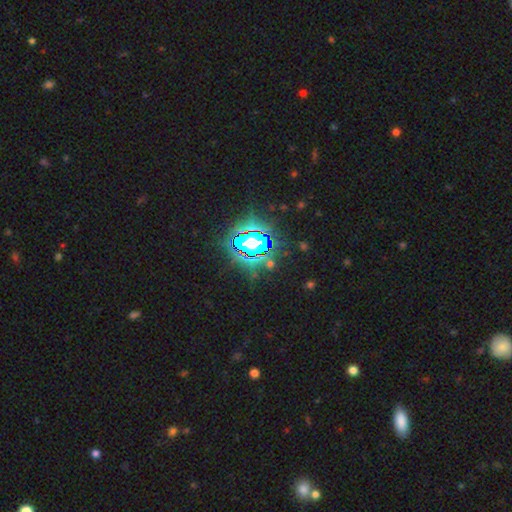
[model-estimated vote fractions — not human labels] A star or artifact, not a galaxy (84%).